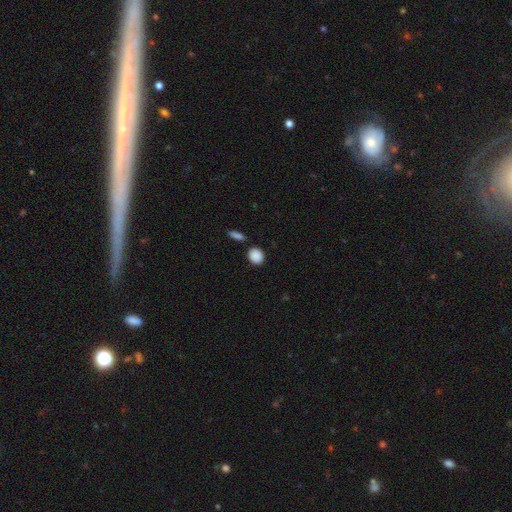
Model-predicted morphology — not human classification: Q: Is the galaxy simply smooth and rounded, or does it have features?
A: smooth — 89%.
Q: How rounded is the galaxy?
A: round — 65%.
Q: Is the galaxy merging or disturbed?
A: none — 83%.